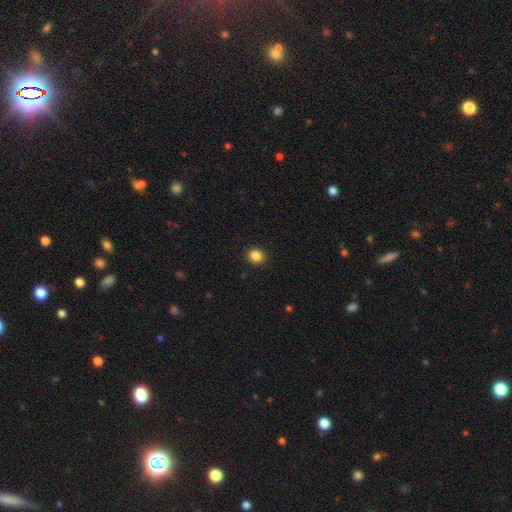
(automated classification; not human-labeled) Smooth or featured? Predicted: smooth (p=0.86). How rounded? Predicted: round (p=0.79). Merging? Predicted: none (p=0.91).